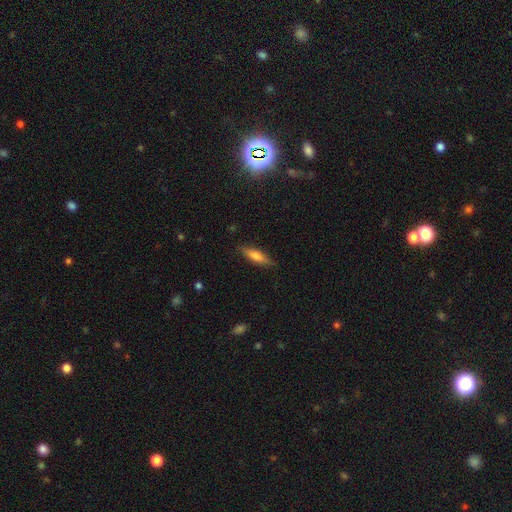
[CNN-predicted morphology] smooth-or-featured: smooth: 64% | featured or disk: 29% | star or artifact: 7%
  how-rounded: cigar-shaped: 64% | in between: 34% | round: 2%
  merging: none: 84% | minor disturbance: 12% | major disturbance: 3% | merger: 1%